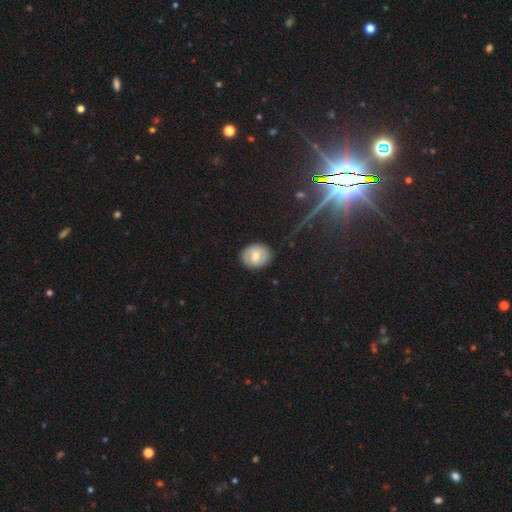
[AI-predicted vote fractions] Morphology: type=smooth (55%); roundness=round (54%); merging=none (85%).